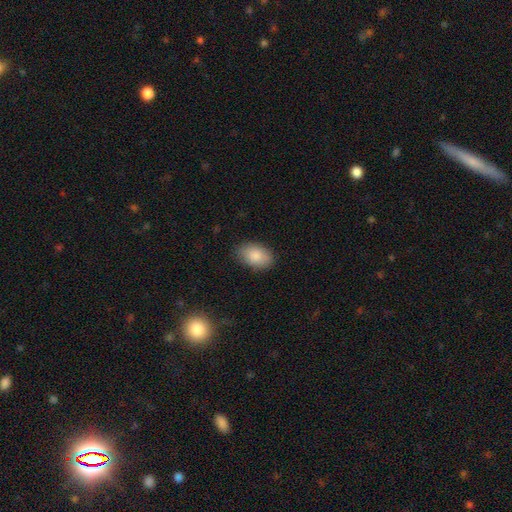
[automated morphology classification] Smooth or featured? smooth (86%)
How rounded? in between (91%)
Merging? none (84%)